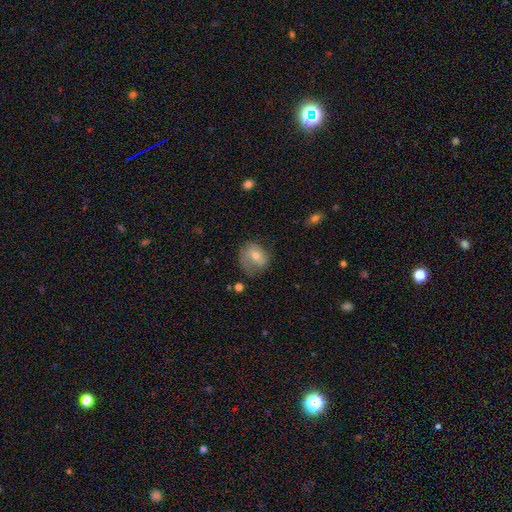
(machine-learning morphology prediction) Overall: smooth (56%; featured or disk 36%). How rounded: round (64%; in between 35%). Merging: none (54%; minor disturbance 29%).